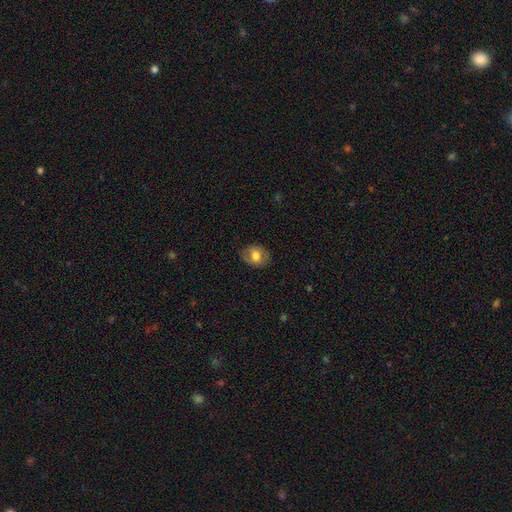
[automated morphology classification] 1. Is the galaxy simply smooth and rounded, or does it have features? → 65% smooth, 28% featured or disk, 8% star or artifact.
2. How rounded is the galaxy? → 59% in between, 40% round, 1% cigar-shaped.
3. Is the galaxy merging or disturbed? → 79% none, 15% minor disturbance, 5% major disturbance, 1% merger.